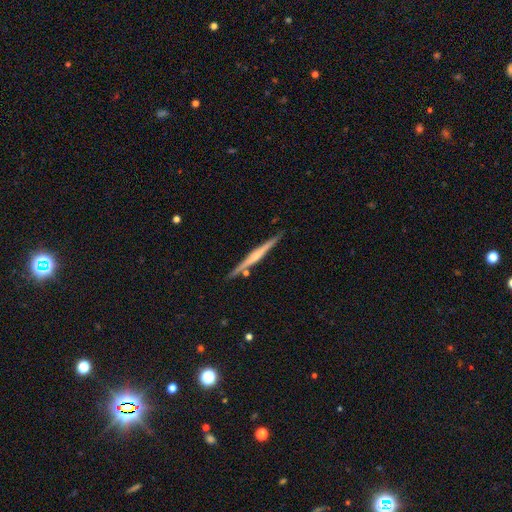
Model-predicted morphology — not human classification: This appears to be a featured or disk galaxy (72%) viewed edge-on (98%) with a rounded central bulge (64%). Merging: none (87%).